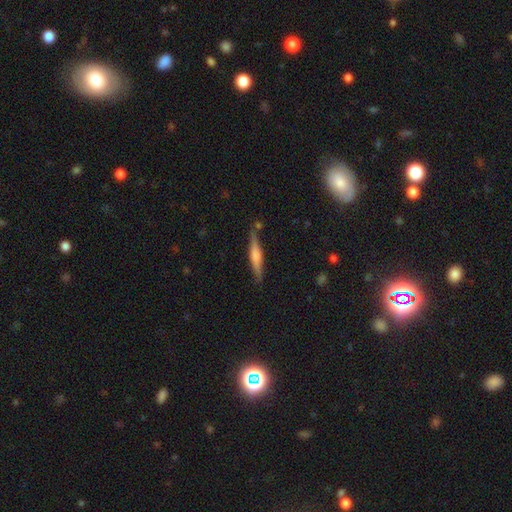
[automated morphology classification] type=featured or disk (52%); edge-on=yes (96%); merging=none (82%).